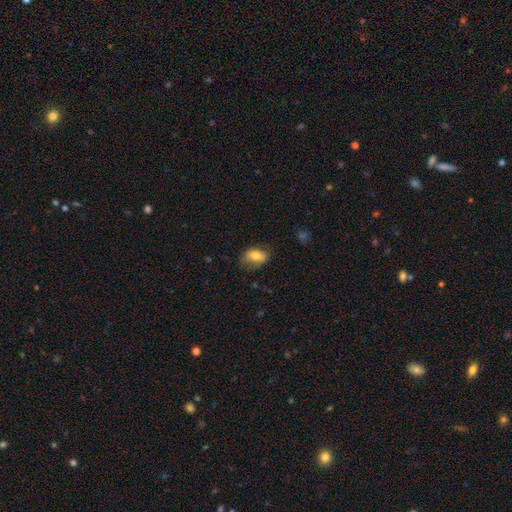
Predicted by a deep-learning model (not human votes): smooth_or_featured: smooth (p=0.74) [alt: featured or disk p=0.18]
how_rounded: in between (p=0.85) [alt: round p=0.12]
merging: none (p=0.61) [alt: minor disturbance p=0.28]